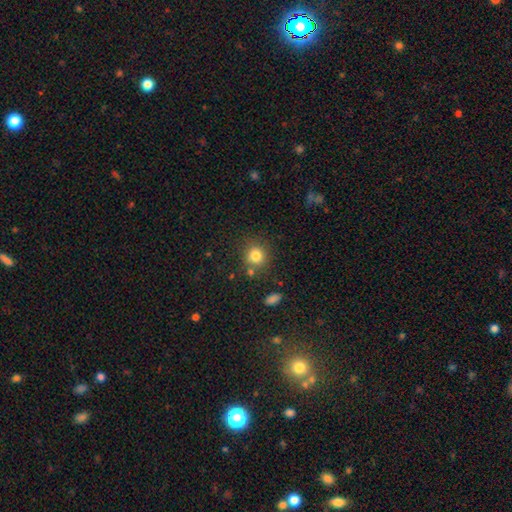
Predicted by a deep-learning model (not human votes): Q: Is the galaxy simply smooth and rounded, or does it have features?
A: smooth — 81%.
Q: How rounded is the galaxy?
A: round — 87%.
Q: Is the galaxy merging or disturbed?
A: none — 76%.